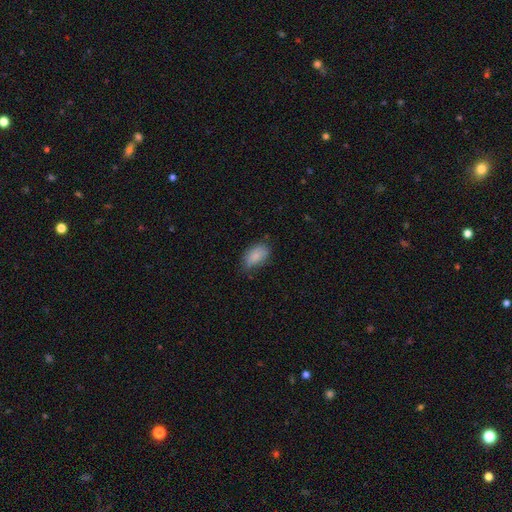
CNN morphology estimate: Smooth or featured? smooth (86%)
How rounded? in between (92%)
Merging? none (68%)